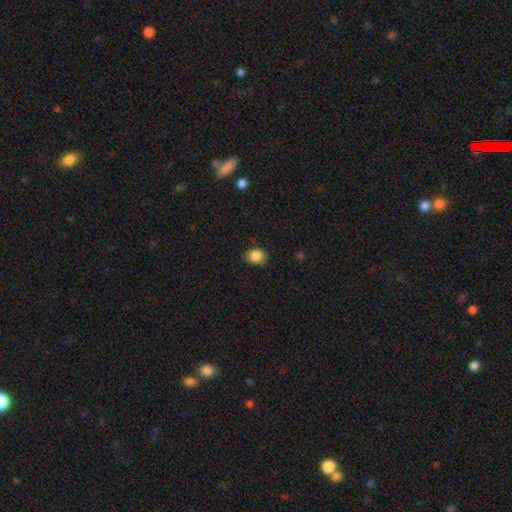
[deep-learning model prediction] smooth-or-featured: smooth: 86% | star or artifact: 9% | featured or disk: 4%
  how-rounded: round: 59% | in between: 40% | cigar-shaped: 1%
  merging: none: 77% | minor disturbance: 19% | major disturbance: 3% | merger: 1%